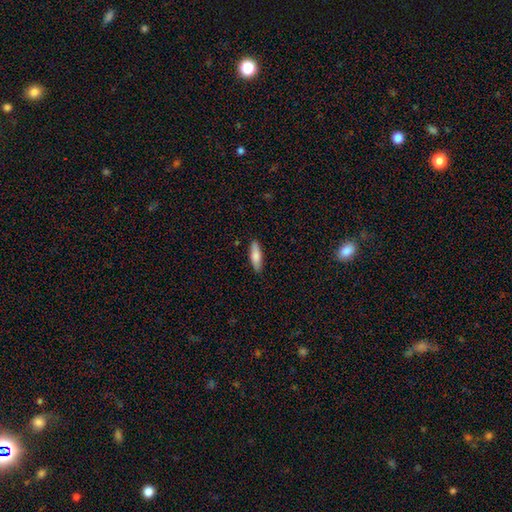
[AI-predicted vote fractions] Smooth or featured? smooth (76%)
How rounded? cigar-shaped (57%)
Merging? none (88%)